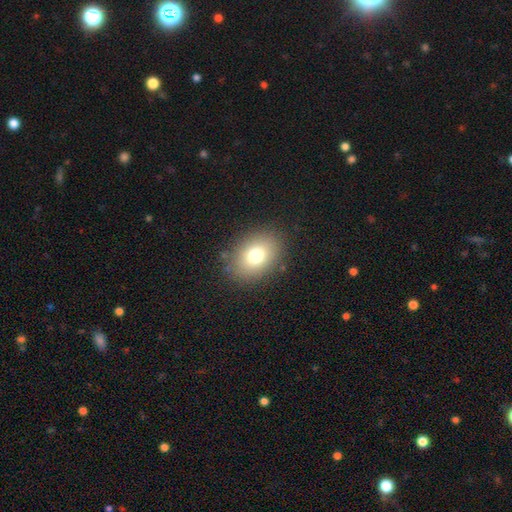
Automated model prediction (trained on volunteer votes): smooth_or_featured: smooth (p=0.76) [alt: featured or disk p=0.13]
how_rounded: in between (p=0.73) [alt: round p=0.26]
merging: none (p=0.84) [alt: minor disturbance p=0.10]